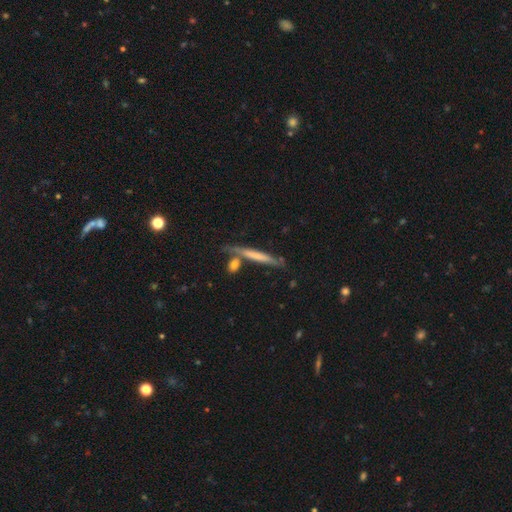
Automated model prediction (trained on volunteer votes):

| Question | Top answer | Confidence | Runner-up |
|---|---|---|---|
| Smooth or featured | smooth | 50% | featured or disk (43%) |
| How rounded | cigar-shaped | 94% | in between (4%) |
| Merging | none | 70% | minor disturbance (14%) |